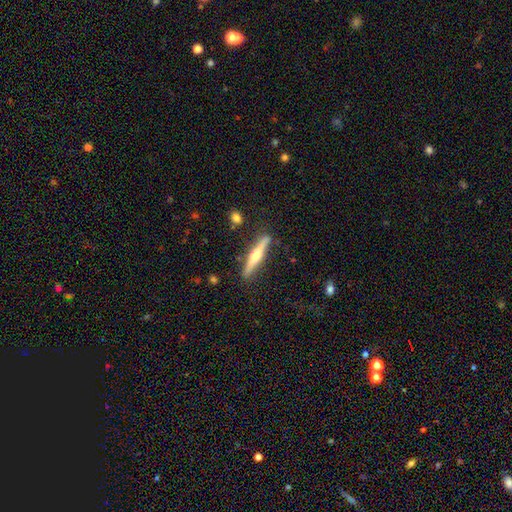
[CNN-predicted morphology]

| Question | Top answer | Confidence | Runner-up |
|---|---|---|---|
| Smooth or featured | featured or disk | 69% | smooth (26%) |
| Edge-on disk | yes | 97% | no (3%) |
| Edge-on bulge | rounded | 93% | none (4%) |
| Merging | none | 87% | minor disturbance (9%) |